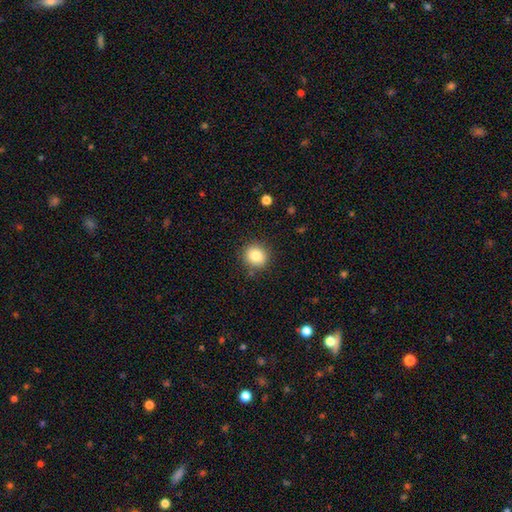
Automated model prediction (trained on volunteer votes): Smooth or featured?
  - smooth: 84% *
  - star or artifact: 10%
  - featured or disk: 7%
How rounded?
  - round: 84% *
  - in between: 15%
  - cigar-shaped: 1%
Merging?
  - none: 87% *
  - minor disturbance: 9%
  - major disturbance: 3%
  - merger: 2%